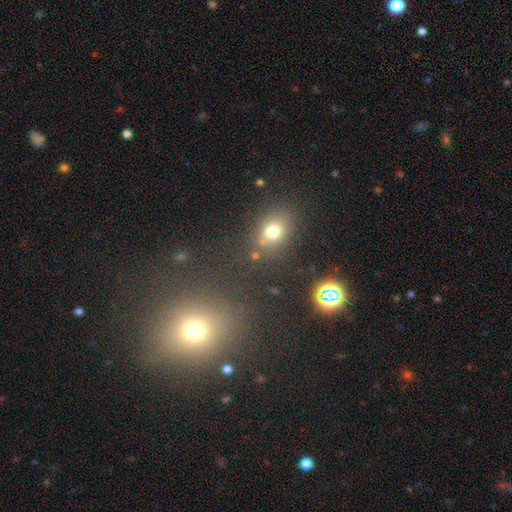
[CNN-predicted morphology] The model was most divided on "how rounded": in between: 50%, round: 48%, cigar-shaped: 2%. More confident: merging — none (76%); smooth or featured — smooth (69%).